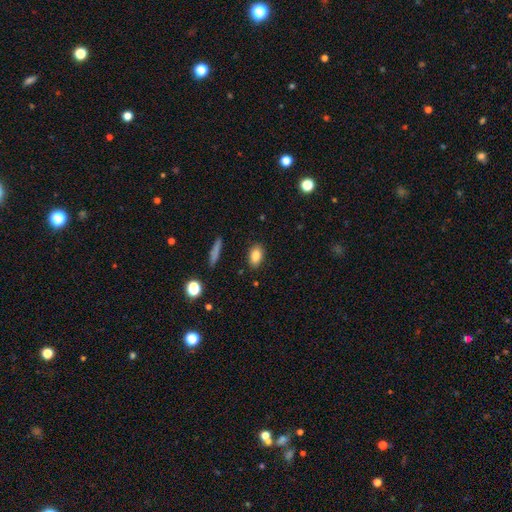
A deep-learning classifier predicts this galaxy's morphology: Smooth or featured? smooth (83%)
How rounded? in between (85%)
Merging? none (87%)